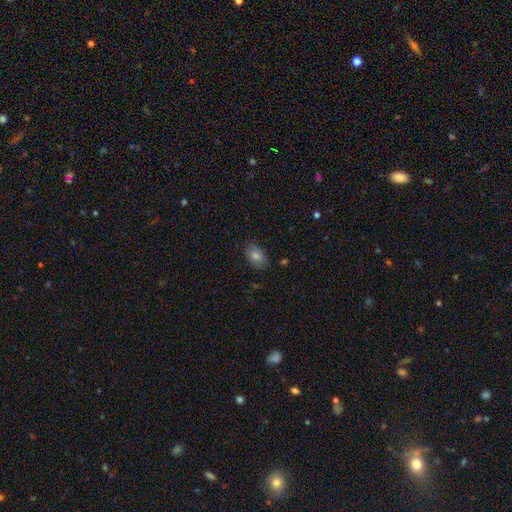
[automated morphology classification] Smooth or featured: smooth — 75% (featured or disk — 13%)
How rounded: in between — 86% (round — 12%)
Merging: none — 82% (minor disturbance — 14%)